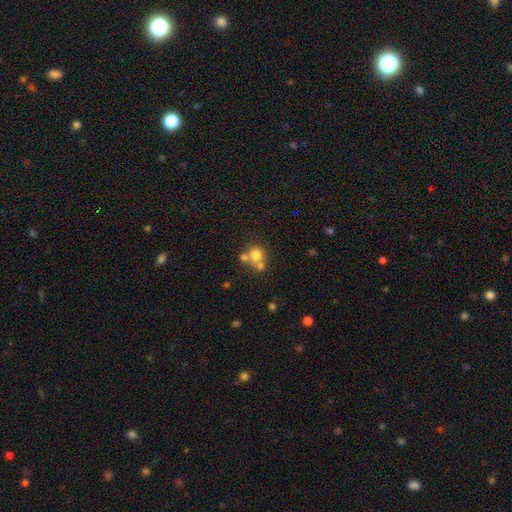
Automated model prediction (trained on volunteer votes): Smooth or featured: smooth — 71% (featured or disk — 16%)
How rounded: round — 87% (in between — 12%)
Merging: none — 46% (merger — 43%)